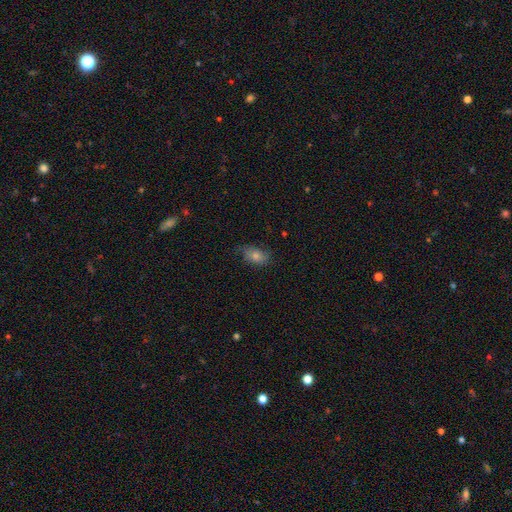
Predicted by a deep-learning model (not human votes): Smooth or featured? Predicted: smooth (p=0.61). How rounded? Predicted: in between (p=0.82). Merging? Predicted: none (p=0.69).